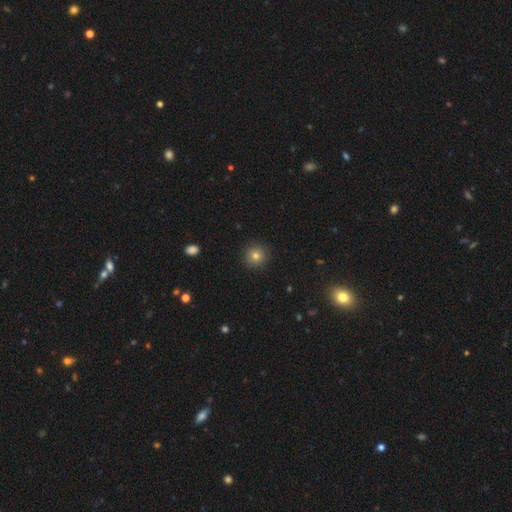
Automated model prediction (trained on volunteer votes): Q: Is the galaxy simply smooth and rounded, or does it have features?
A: smooth — 79%.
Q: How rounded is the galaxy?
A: round — 94%.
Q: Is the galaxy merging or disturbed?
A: none — 91%.